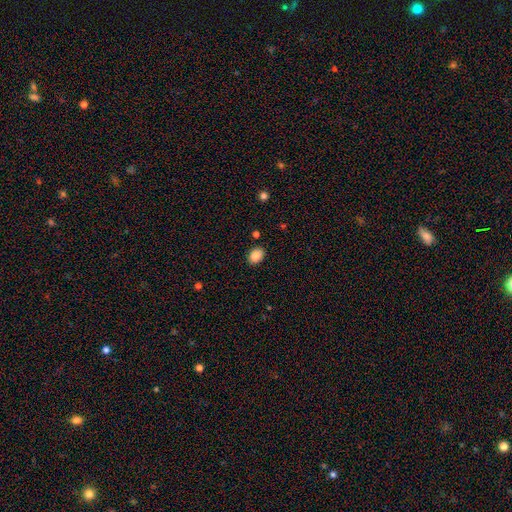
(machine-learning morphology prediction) type=smooth (87%); roundness=in between (69%); merging=none (87%).